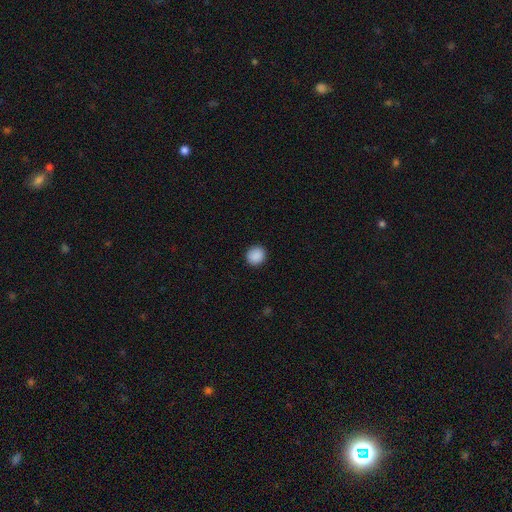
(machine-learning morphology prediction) Smooth or featured: smooth — 90% (star or artifact — 8%)
How rounded: round — 89% (in between — 10%)
Merging: none — 92% (minor disturbance — 6%)